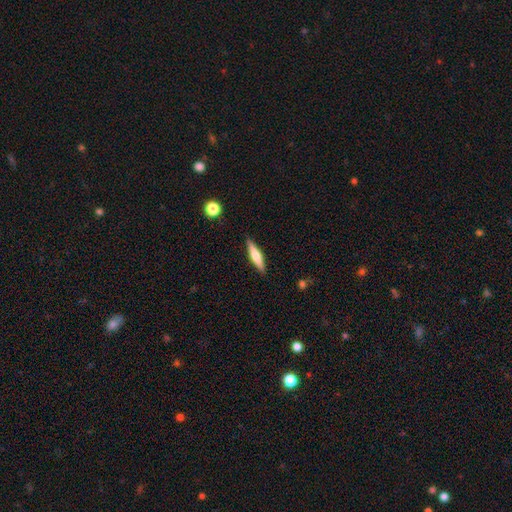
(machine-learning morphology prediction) Smooth or featured? Predicted: smooth (p=0.49). Merging? Predicted: none (p=0.89).